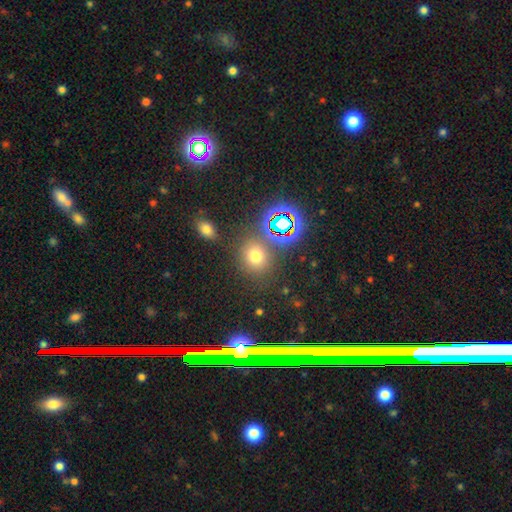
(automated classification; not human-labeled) Smooth or featured? smooth (66%)
How rounded? round (78%)
Merging? none (79%)